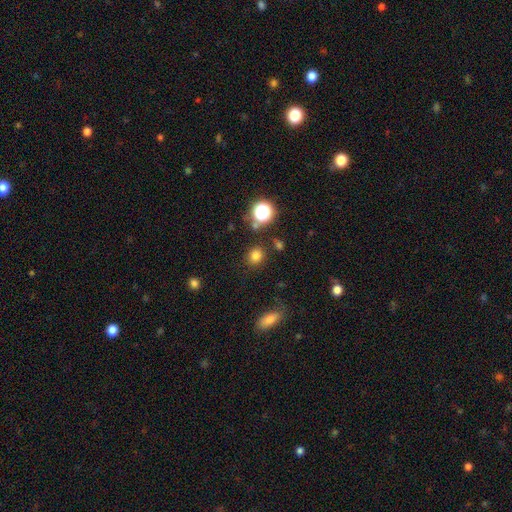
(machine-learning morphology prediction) smooth 78%, star or artifact 16%, featured or disk 5%. Down the decision tree: how rounded — round (74%); merging — none (83%).